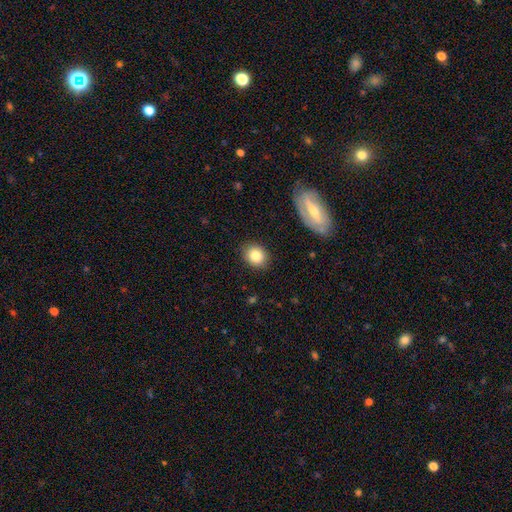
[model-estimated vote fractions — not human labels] smooth 84%, star or artifact 9%, featured or disk 8%. Down the decision tree: how rounded — round (68%); merging — none (87%).